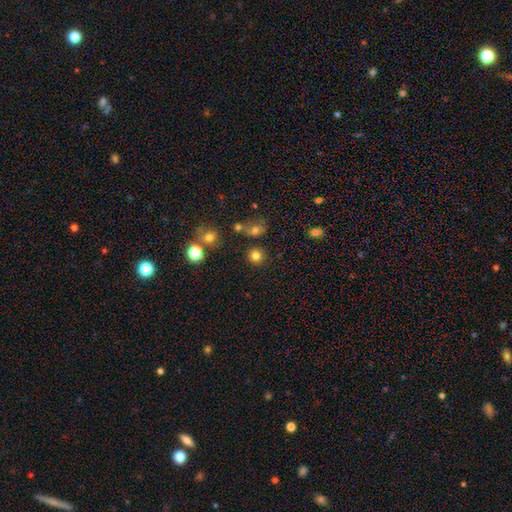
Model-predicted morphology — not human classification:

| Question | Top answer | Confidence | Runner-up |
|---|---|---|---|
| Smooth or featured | smooth | 79% | star or artifact (15%) |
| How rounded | round | 92% | in between (7%) |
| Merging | none | 83% | minor disturbance (8%) |